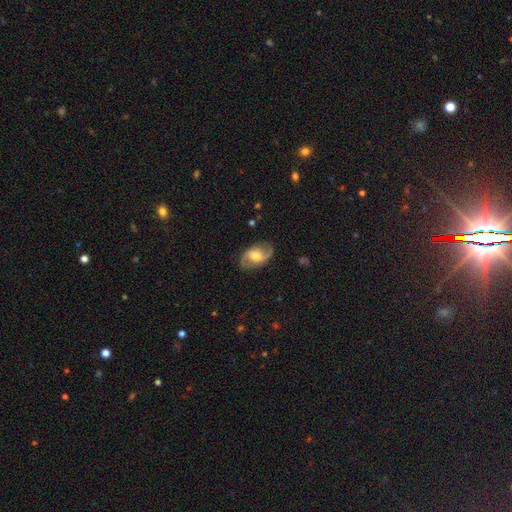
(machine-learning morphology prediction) Q: Smooth or featured?
A: featured or disk (72%); runner-up: smooth (21%)
Q: Edge-on disk?
A: no (96%); runner-up: yes (4%)
Q: Bar?
A: no (47%); runner-up: weak (41%)
Q: Spiral arms?
A: yes (91%); runner-up: no (9%)
Q: Spiral winding?
A: loose (43%); runner-up: medium (42%)
Q: Spiral arm count?
A: 2 (89%); runner-up: can't tell (5%)
Q: Bulge size?
A: moderate (58%); runner-up: small (25%)
Q: Merging?
A: none (79%); runner-up: minor disturbance (14%)